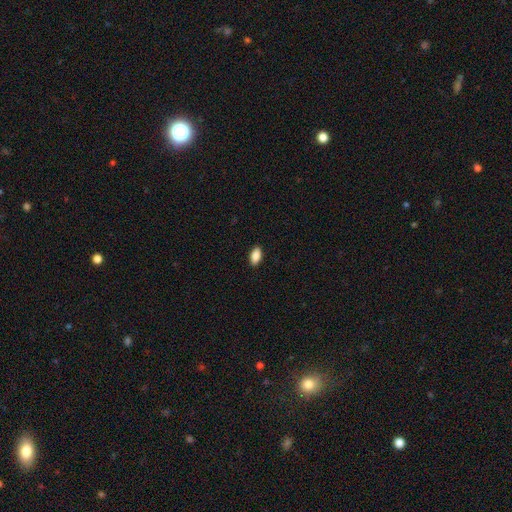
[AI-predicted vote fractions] Overall: smooth (88%). How rounded: in between (92%). Merging: none (90%).